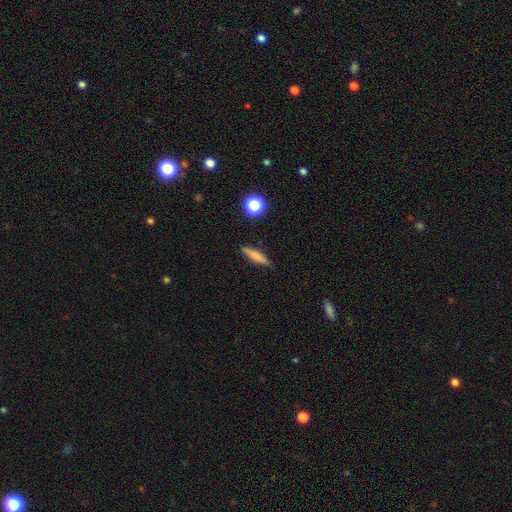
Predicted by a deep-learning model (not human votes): Overall: smooth (70%). How rounded: cigar-shaped (82%). Merging: none (86%).